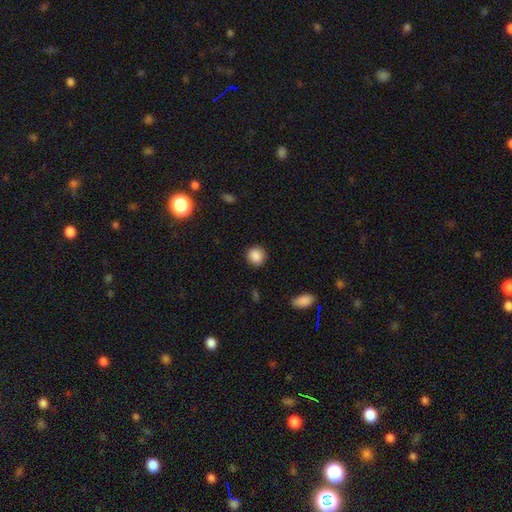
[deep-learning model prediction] This is clearly a smooth galaxy (88%). How rounded: clearly round (87%). Merging: clearly none (89%).